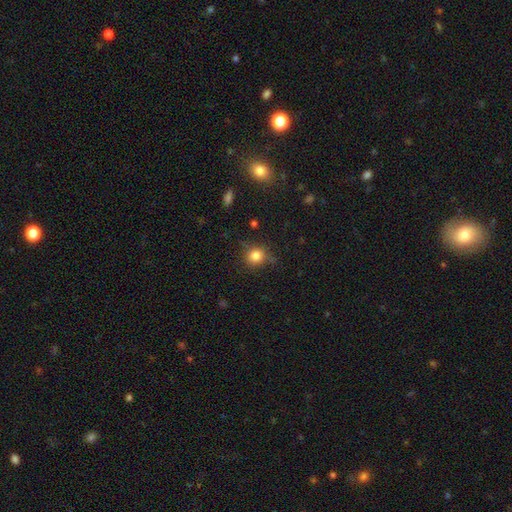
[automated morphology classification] Overall: smooth (82%). How rounded: round (86%). Merging: none (78%).